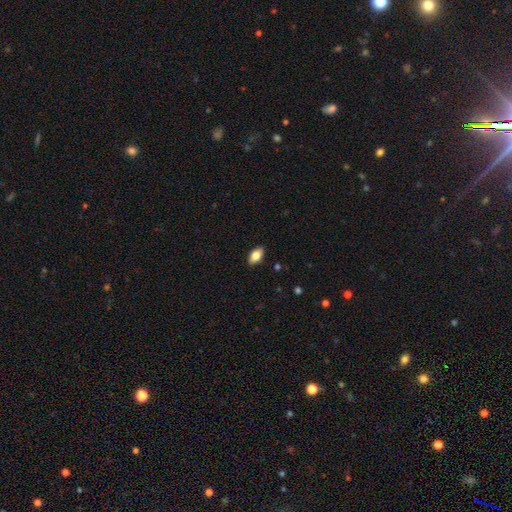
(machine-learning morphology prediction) A smooth galaxy with no disk features (80%) that is in between round and cigar-shaped (91%). Merging: none (88%).